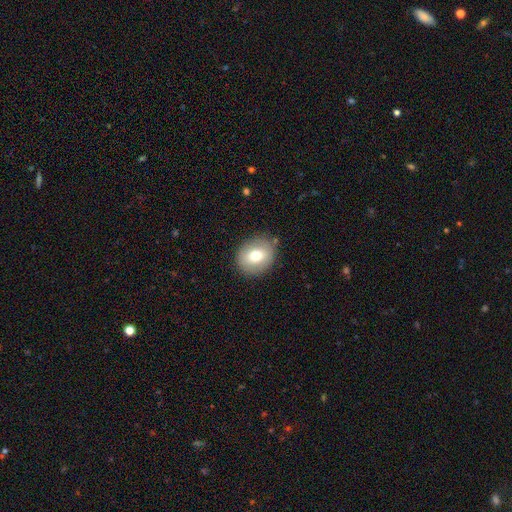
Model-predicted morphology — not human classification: smooth 71%, featured or disk 20%, star or artifact 9%. Down the decision tree: how rounded — round (61%); merging — none (85%).